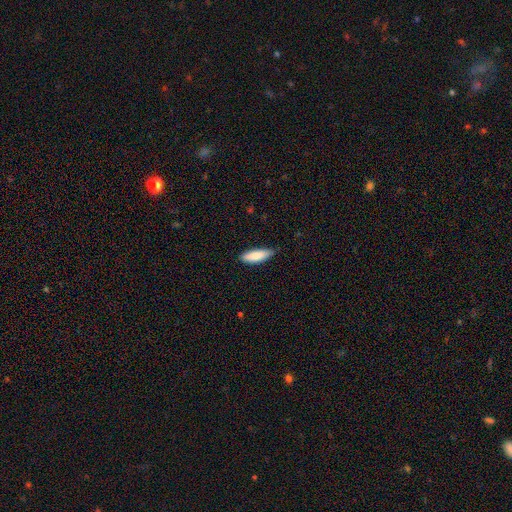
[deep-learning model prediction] This appears to be a smooth galaxy with no disk features (84%) that is in between round and cigar-shaped (51%). Merging: none (80%).